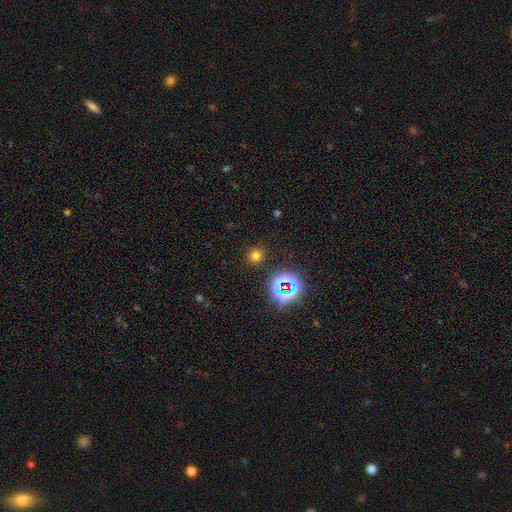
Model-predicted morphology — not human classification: This is likely a smooth galaxy (67%). How rounded: clearly round (86%). Merging: clearly none (88%).